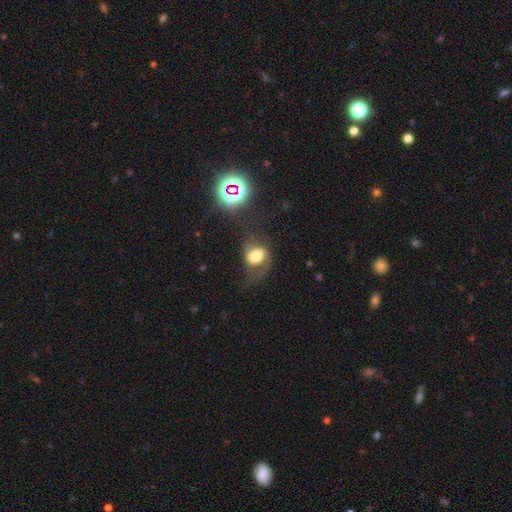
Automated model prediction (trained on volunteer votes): Smooth or featured? Predicted: smooth (p=0.49). Merging? Predicted: none (p=0.38).